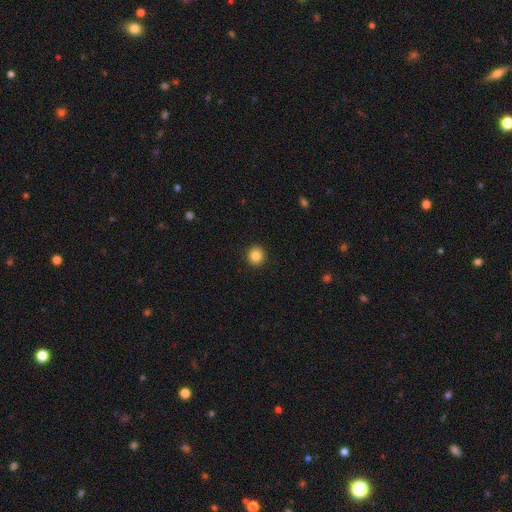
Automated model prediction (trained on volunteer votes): Smooth or featured?
  - smooth: 86% *
  - star or artifact: 10%
  - featured or disk: 4%
How rounded?
  - round: 93% *
  - in between: 7%
  - cigar-shaped: 1%
Merging?
  - none: 93% *
  - minor disturbance: 5%
  - major disturbance: 2%
  - merger: 1%